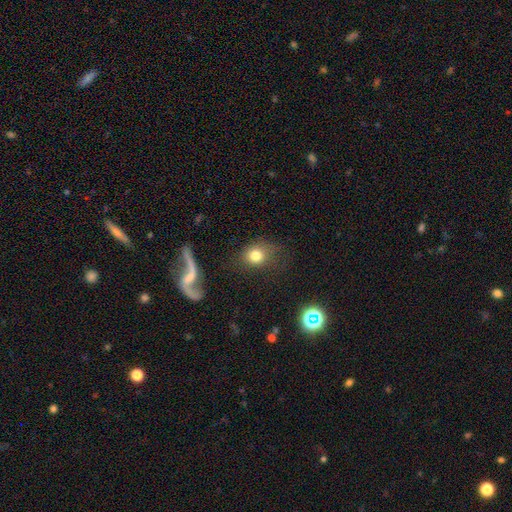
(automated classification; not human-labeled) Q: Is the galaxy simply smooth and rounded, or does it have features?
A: smooth — 79%.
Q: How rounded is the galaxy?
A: round — 69%.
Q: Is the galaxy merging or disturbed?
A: none — 70%.